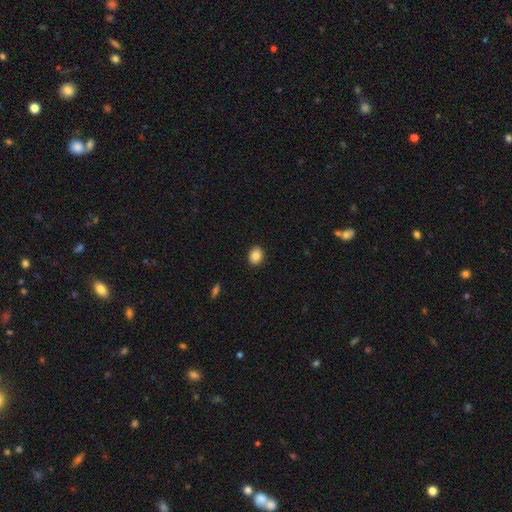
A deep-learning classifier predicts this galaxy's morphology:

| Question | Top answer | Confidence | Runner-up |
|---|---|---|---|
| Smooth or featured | smooth | 87% | star or artifact (9%) |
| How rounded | round | 50% | in between (49%) |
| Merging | none | 90% | minor disturbance (7%) |